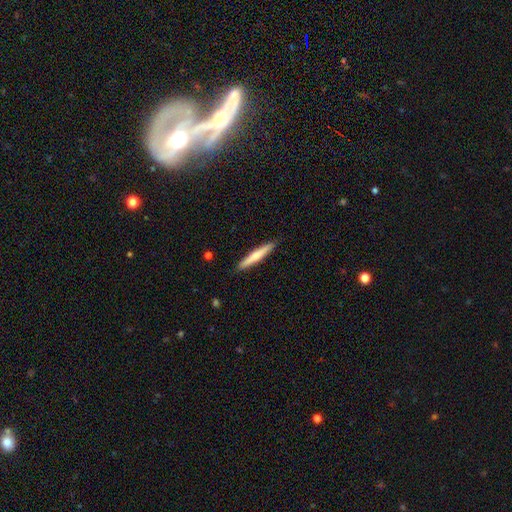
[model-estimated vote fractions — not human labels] This is possibly a smooth galaxy (56%). How rounded: clearly cigar-shaped (94%). Merging: clearly none (90%).